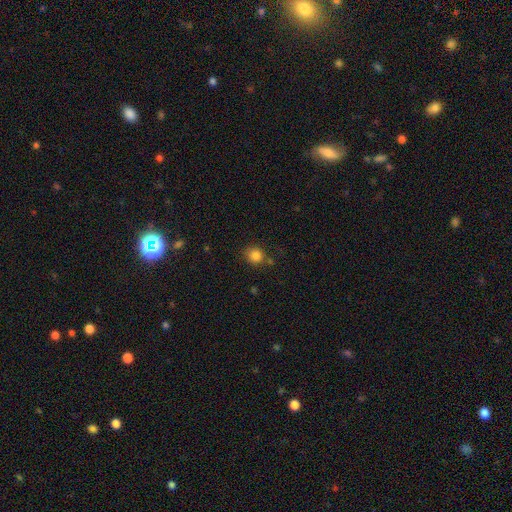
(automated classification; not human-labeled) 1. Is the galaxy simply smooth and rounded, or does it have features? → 83% smooth, 12% star or artifact, 6% featured or disk.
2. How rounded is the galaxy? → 82% round, 17% in between, 1% cigar-shaped.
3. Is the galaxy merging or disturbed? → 75% none, 14% minor disturbance, 7% merger, 4% major disturbance.